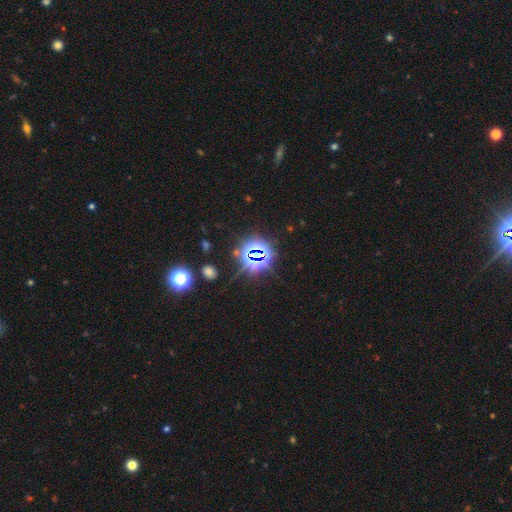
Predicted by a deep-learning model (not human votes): smooth_or_featured: star or artifact (p=0.79) [alt: smooth p=0.13]